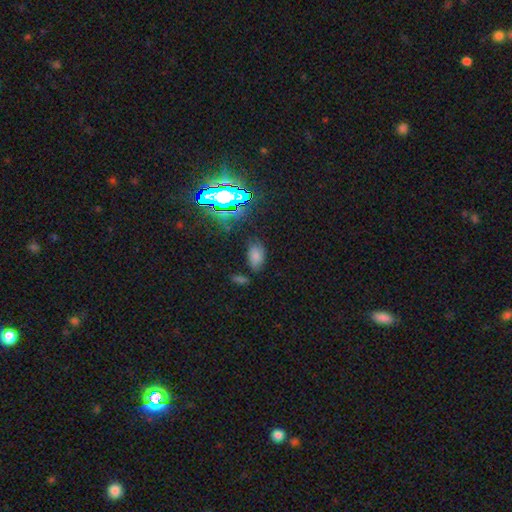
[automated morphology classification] Q: Smooth or featured?
A: smooth (64%); runner-up: star or artifact (26%)
Q: How rounded?
A: in between (91%); runner-up: round (7%)
Q: Merging?
A: none (67%); runner-up: minor disturbance (20%)